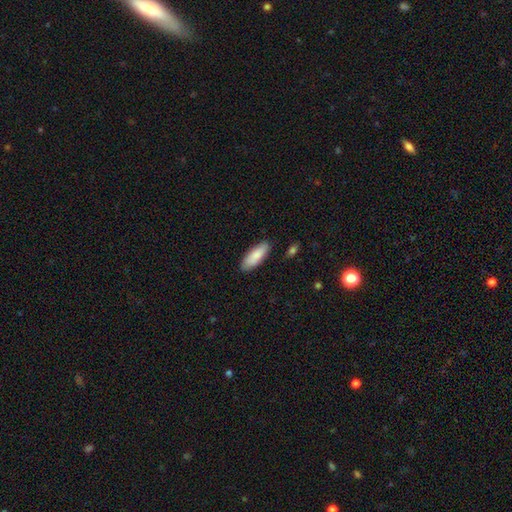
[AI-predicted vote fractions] Smooth or featured? Predicted: smooth (p=0.86). How rounded? Predicted: in between (p=0.68). Merging? Predicted: none (p=0.86).